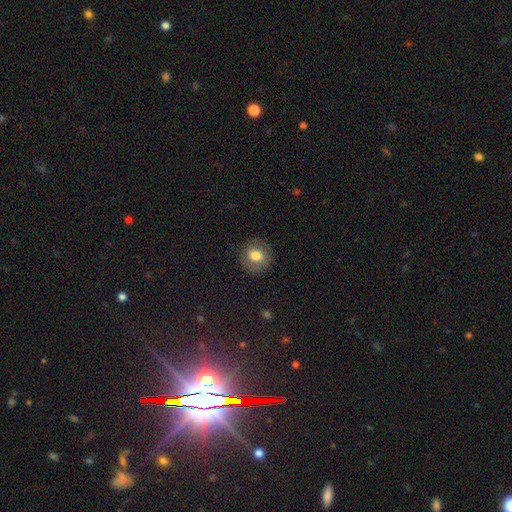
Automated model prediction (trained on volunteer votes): smooth 76%, featured or disk 15%, star or artifact 9%. Down the decision tree: how rounded — round (84%); merging — none (85%).